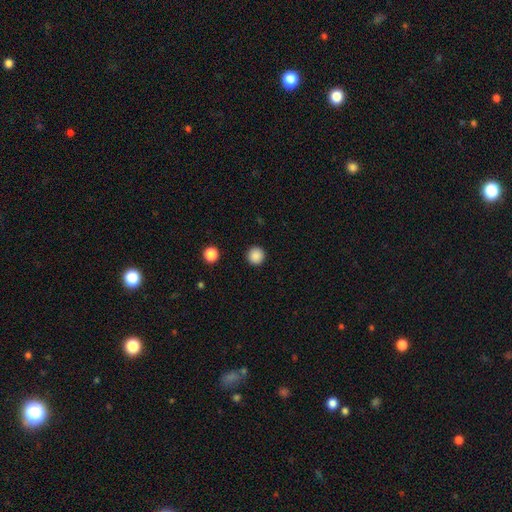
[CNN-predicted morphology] A smooth galaxy with no disk features (87%) that is round (96%). Merging: none (93%).